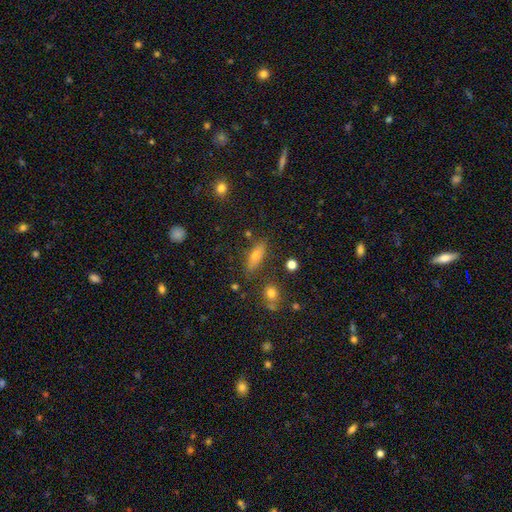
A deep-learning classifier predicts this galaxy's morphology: A smooth galaxy with no disk features (59%) that is in between round and cigar-shaped (52%).

Vote fractions:
- Smooth or featured? smooth: 59% / featured or disk: 30% / star or artifact: 11%
- How rounded? in between: 52% / cigar-shaped: 43% / round: 5%
- Merging? none: 80% / minor disturbance: 13% / merger: 4% / major disturbance: 4%